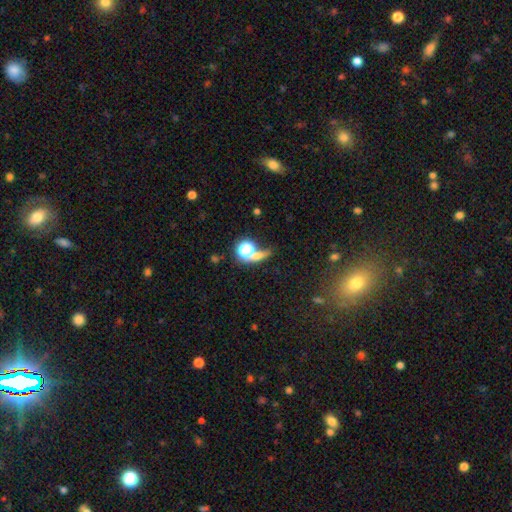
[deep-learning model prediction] Smooth or featured: smooth — 51% (star or artifact — 34%)
How rounded: round — 51% (in between — 30%)
Merging: none — 48% (merger — 25%)